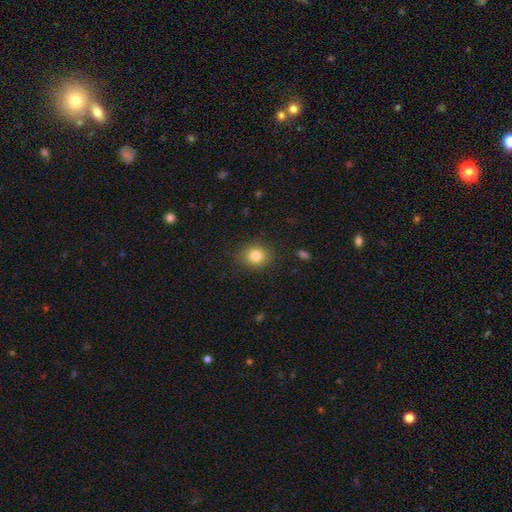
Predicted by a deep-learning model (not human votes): smooth_or_featured: smooth (p=0.82) [alt: star or artifact p=0.11]
how_rounded: round (p=0.71) [alt: in between p=0.28]
merging: none (p=0.87) [alt: minor disturbance p=0.09]